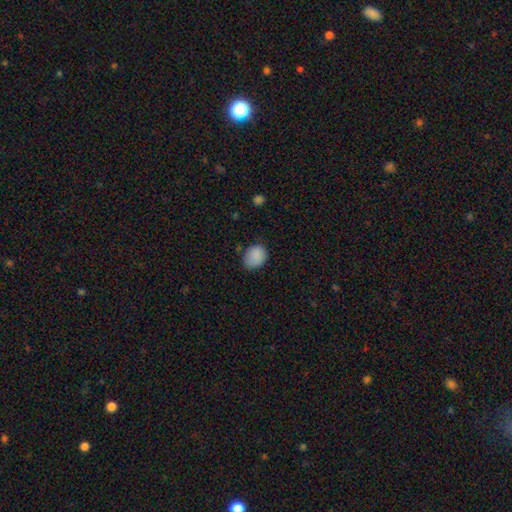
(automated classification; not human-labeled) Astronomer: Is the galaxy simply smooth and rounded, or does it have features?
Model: smooth — 87%.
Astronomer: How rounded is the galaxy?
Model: in between — 52% (runner-up: round, 47%).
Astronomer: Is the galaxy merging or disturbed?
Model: none — 73%.